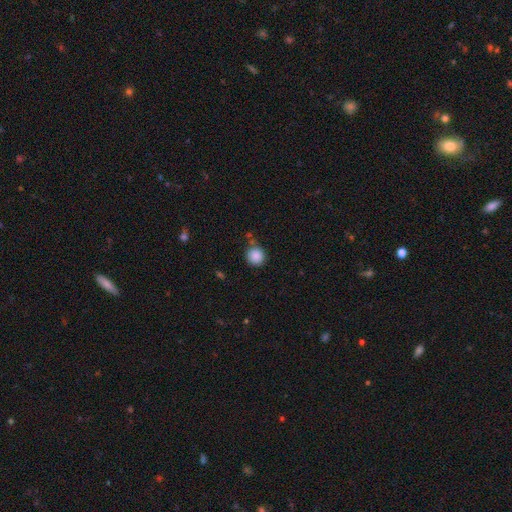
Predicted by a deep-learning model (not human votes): smooth_or_featured: smooth (p=0.87) [alt: star or artifact p=0.09]
how_rounded: round (p=0.93) [alt: in between p=0.06]
merging: none (p=0.79) [alt: minor disturbance p=0.12]